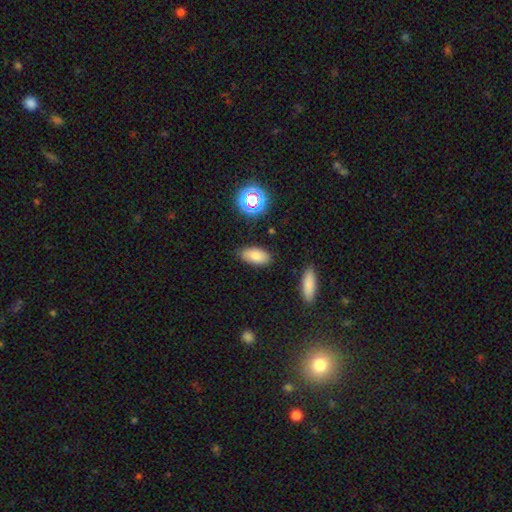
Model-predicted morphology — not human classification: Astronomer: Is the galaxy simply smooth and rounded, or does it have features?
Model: smooth — 82%.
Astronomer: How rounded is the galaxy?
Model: in between — 91%.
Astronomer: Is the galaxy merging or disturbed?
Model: none — 83%.